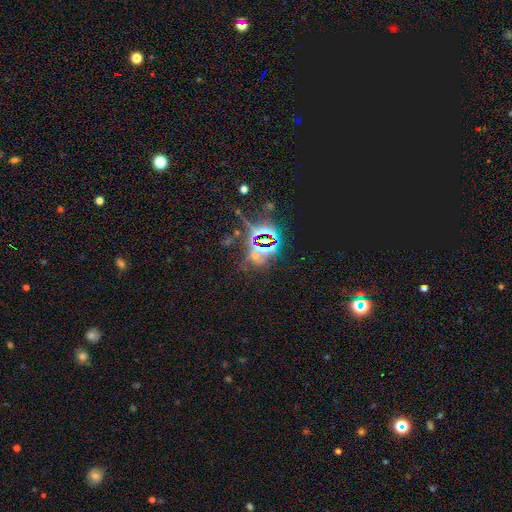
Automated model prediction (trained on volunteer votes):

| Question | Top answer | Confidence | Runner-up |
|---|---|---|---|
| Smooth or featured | star or artifact | 78% | smooth (12%) |